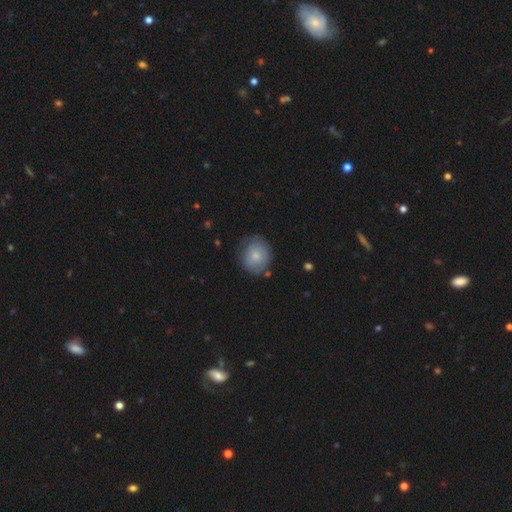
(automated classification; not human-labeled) This appears to be a smooth galaxy with no disk features (74%) that is round (75%). Merging: none (71%).